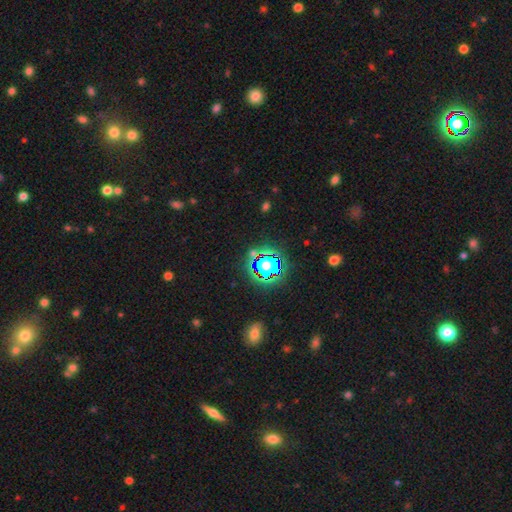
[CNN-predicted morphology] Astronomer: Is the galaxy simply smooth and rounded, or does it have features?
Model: star or artifact — 74%.